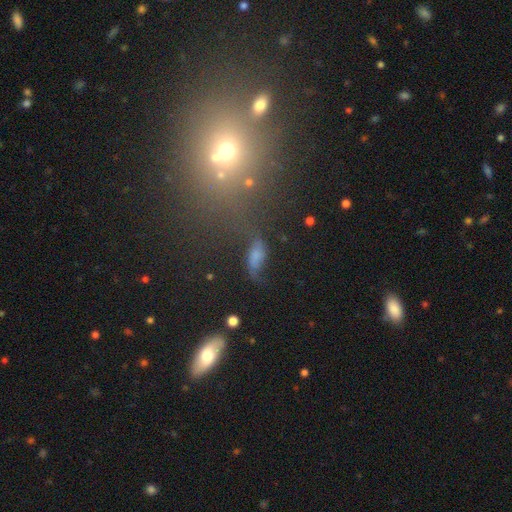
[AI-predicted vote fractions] Q: Smooth or featured?
A: featured or disk (48%); runner-up: smooth (34%)
Q: Merging?
A: none (53%); runner-up: minor disturbance (23%)